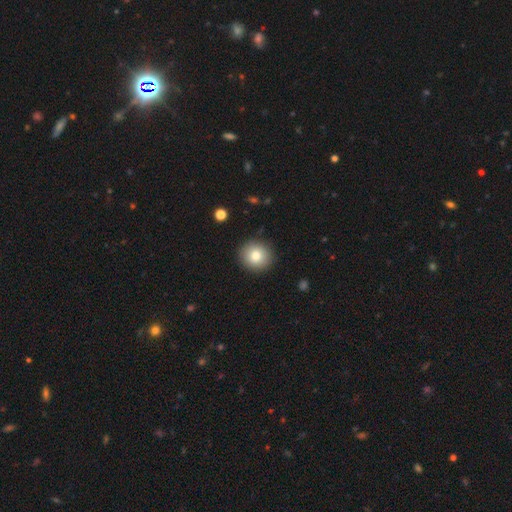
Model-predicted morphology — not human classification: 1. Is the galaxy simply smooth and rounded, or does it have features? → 80% smooth, 10% featured or disk, 10% star or artifact.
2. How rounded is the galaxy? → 89% round, 10% in between, 1% cigar-shaped.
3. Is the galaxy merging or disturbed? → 91% none, 6% minor disturbance, 2% major disturbance, 1% merger.